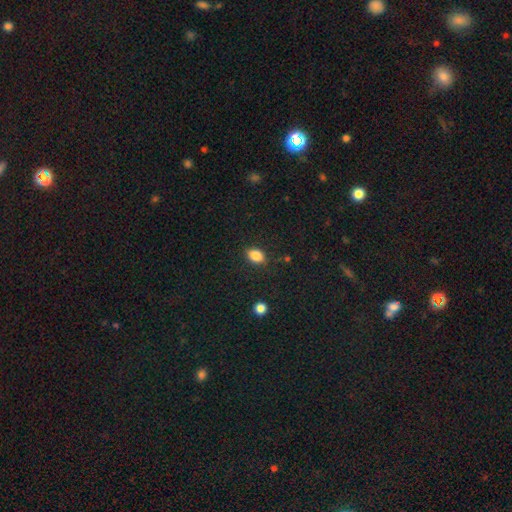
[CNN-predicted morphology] Smooth or featured: smooth — 85% (star or artifact — 10%)
How rounded: in between — 77% (round — 21%)
Merging: none — 84% (minor disturbance — 12%)